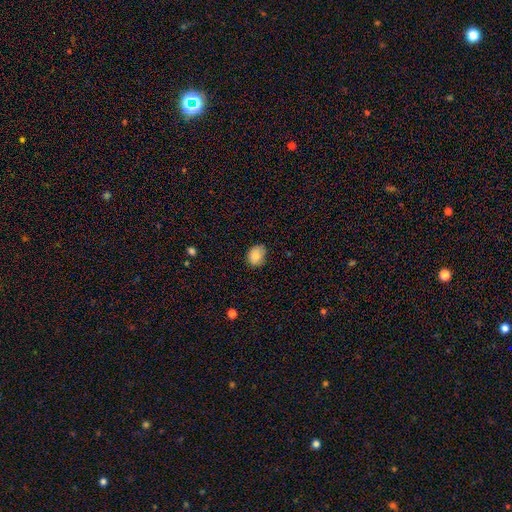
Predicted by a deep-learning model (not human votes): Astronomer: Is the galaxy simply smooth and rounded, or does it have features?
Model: smooth — 84%.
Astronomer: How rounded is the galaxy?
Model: in between — 51% (runner-up: round, 48%).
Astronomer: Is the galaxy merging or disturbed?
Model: none — 71%.